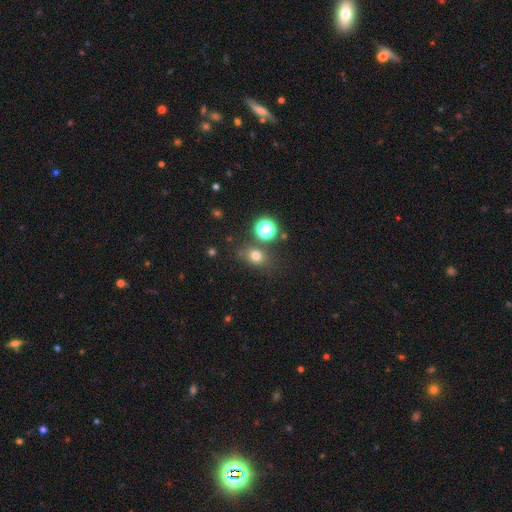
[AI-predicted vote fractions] The model was most divided on "how rounded": round: 57%, in between: 42%, cigar-shaped: 1%. More confident: merging — none (74%); smooth or featured — smooth (71%).